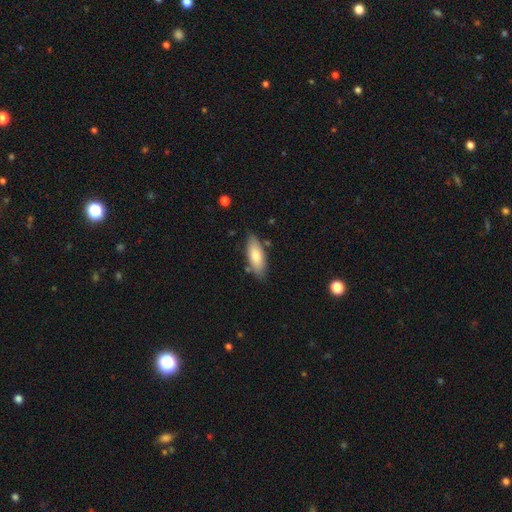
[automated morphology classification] The model was most divided on "how rounded": in between: 75%, cigar-shaped: 23%, round: 2%. More confident: merging — none (79%); smooth or featured — smooth (75%).